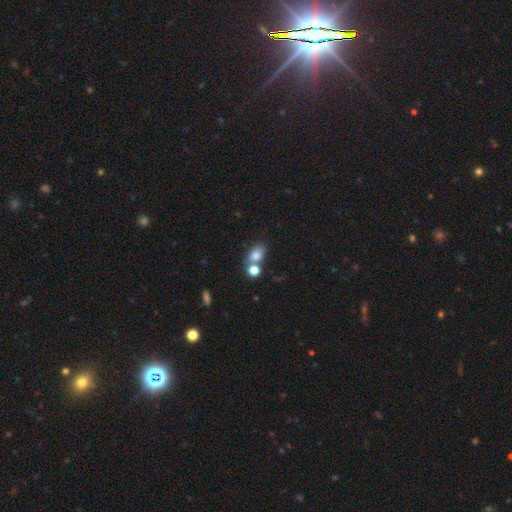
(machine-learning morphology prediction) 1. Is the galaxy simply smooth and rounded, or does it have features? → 79% smooth, 11% star or artifact, 10% featured or disk.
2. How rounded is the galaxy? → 67% in between, 32% round, 2% cigar-shaped.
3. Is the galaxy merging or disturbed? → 49% none, 34% merger, 12% minor disturbance, 5% major disturbance.